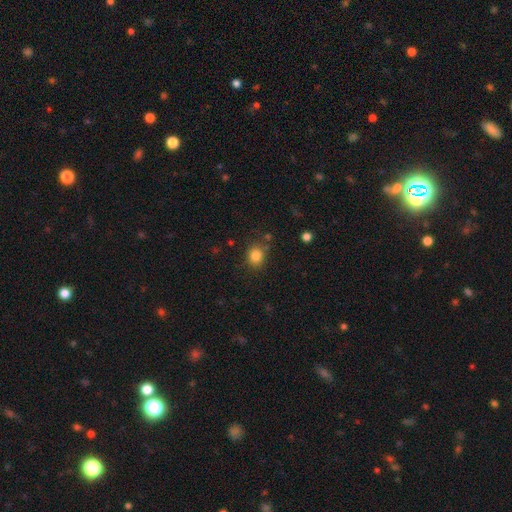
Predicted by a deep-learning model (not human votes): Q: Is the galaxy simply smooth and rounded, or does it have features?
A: smooth — 84%.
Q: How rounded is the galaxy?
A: round — 66%.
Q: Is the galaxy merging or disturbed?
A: none — 79%.